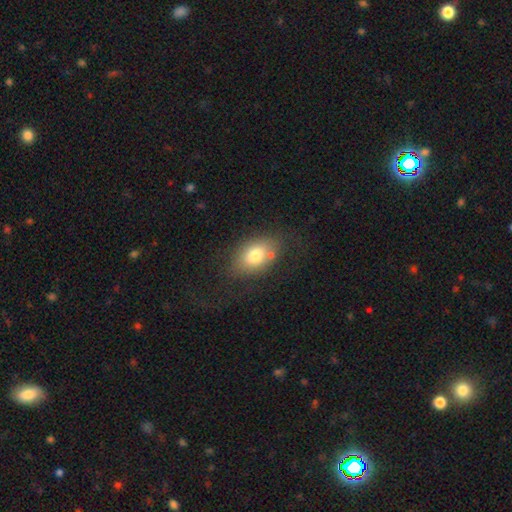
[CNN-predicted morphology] A smooth galaxy with no disk features (75%) that is in between round and cigar-shaped (81%). Merging: none (69%).